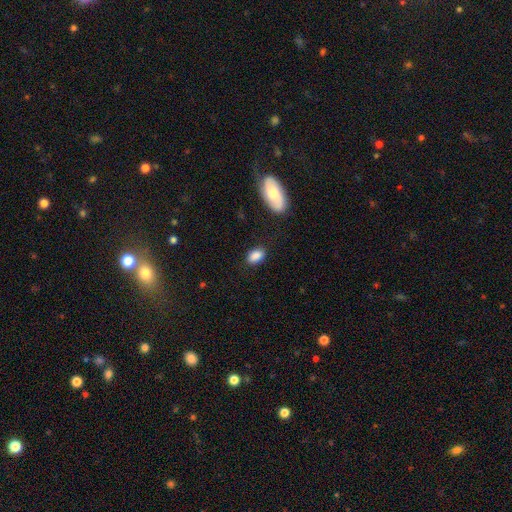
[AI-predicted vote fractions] smooth_or_featured: smooth (p=0.87) [alt: star or artifact p=0.07]
how_rounded: in between (p=0.89) [alt: round p=0.08]
merging: none (p=0.81) [alt: minor disturbance p=0.13]